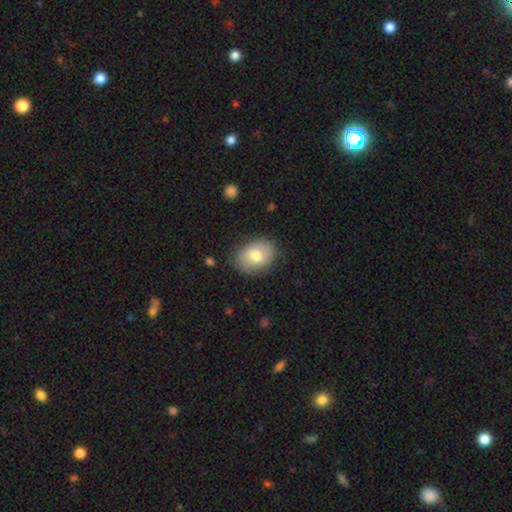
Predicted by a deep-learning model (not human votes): Overall: smooth (73%). How rounded: in between (71%). Merging: none (80%).